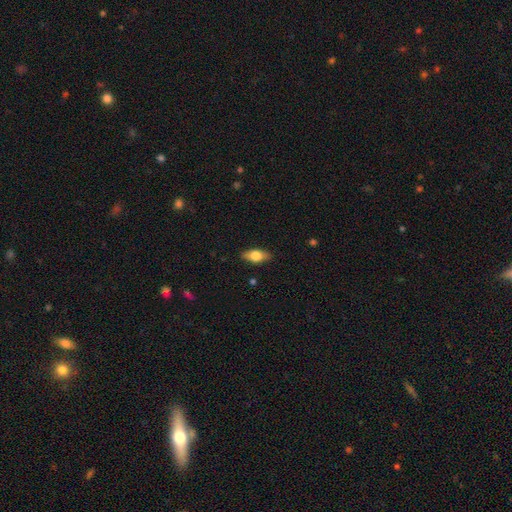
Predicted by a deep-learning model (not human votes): smooth_or_featured: smooth (p=0.65) [alt: featured or disk p=0.28]
how_rounded: in between (p=0.81) [alt: cigar-shaped p=0.15]
merging: none (p=0.87) [alt: minor disturbance p=0.09]